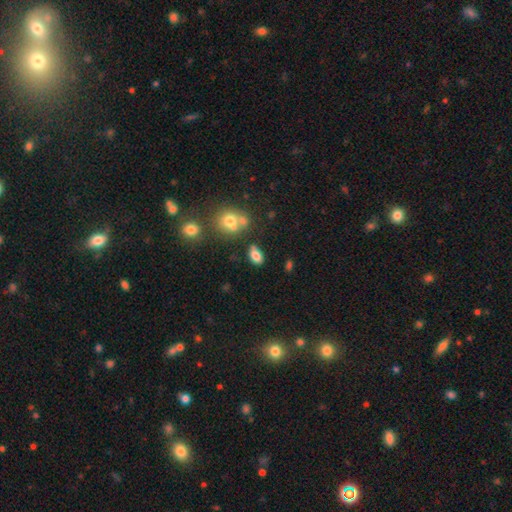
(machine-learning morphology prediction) smooth_or_featured: smooth (p=0.80) [alt: star or artifact p=0.10]
how_rounded: in between (p=0.89) [alt: round p=0.09]
merging: none (p=0.72) [alt: minor disturbance p=0.15]